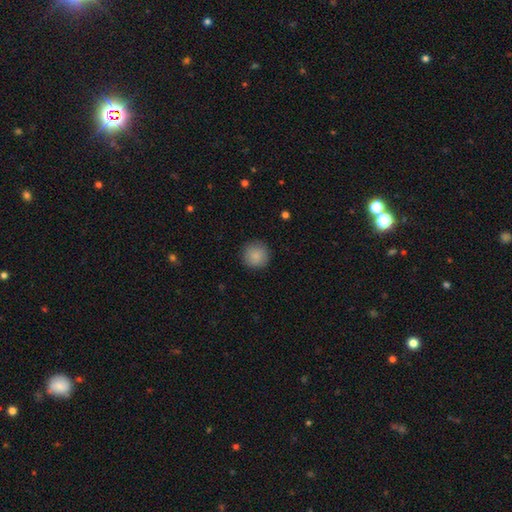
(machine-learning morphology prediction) A smooth galaxy with no disk features (88%) that is round (95%). Merging: none (90%).